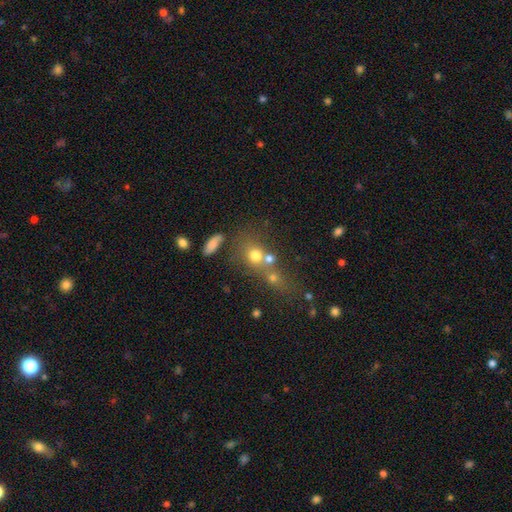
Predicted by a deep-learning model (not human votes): smooth_or_featured: smooth (p=0.67) [alt: star or artifact p=0.17]
how_rounded: round (p=0.70) [alt: in between p=0.26]
merging: merger (p=0.43) [alt: none p=0.38]